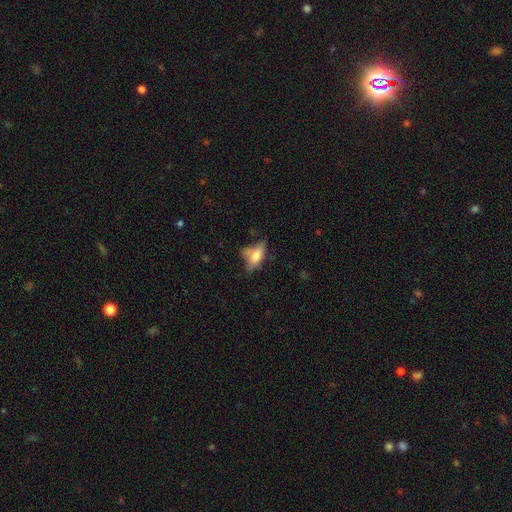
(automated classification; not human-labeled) Overall: smooth (65%; featured or disk 26%). How rounded: in between (82%). Merging: none (40%; minor disturbance 29%).